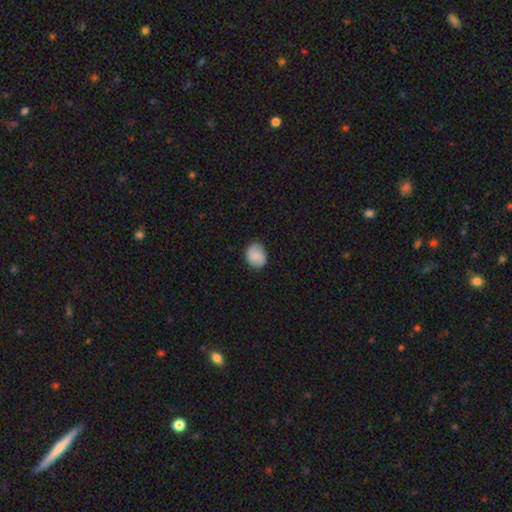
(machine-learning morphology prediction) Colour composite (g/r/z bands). It shows a smooth galaxy with no disk features (75%) that is round (57%). Merging: none (85%).